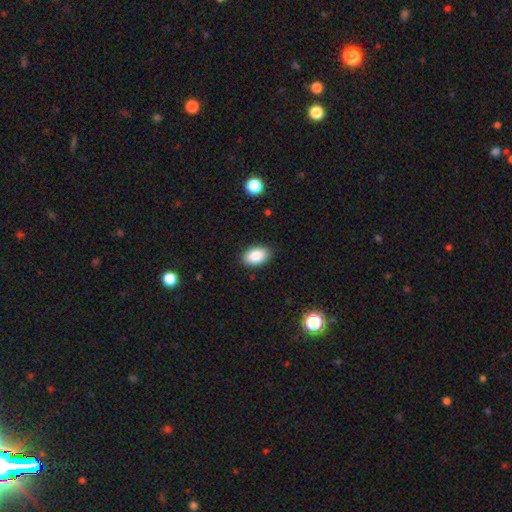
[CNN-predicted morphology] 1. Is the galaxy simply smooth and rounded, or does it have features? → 88% smooth, 8% star or artifact, 5% featured or disk.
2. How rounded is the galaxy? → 92% in between, 7% round, 1% cigar-shaped.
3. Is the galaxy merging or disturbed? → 87% none, 9% minor disturbance, 2% major disturbance, 1% merger.